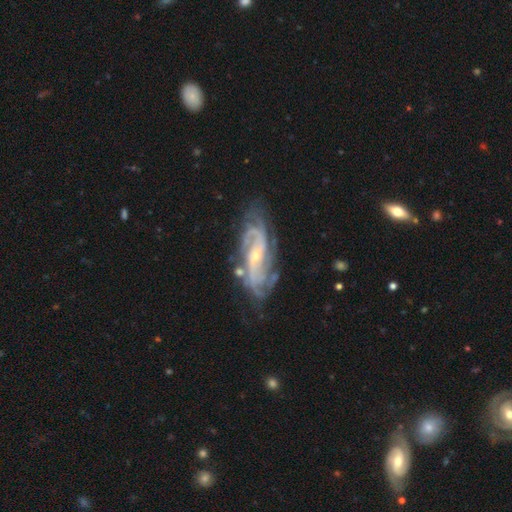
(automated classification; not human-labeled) smooth-or-featured: featured or disk: 89% | smooth: 6% | star or artifact: 6%
  disk-edge-on: no: 93% | yes: 7%
    bar: no: 45% | weak: 37% | strong: 18%
    has-spiral-arms: yes: 97% | no: 3%
      spiral-winding: tight: 50% | medium: 39% | loose: 11%
      spiral-arm-count: 2: 40% | can't tell: 22% | 3: 18% | 4: 10% | more than 4: 5% | 1: 5%
    bulge-size: small: 65% | moderate: 31% | none: 2% | large: 1% | dominant: 1%
  merging: none: 71% | minor disturbance: 18% | major disturbance: 7% | merger: 3%